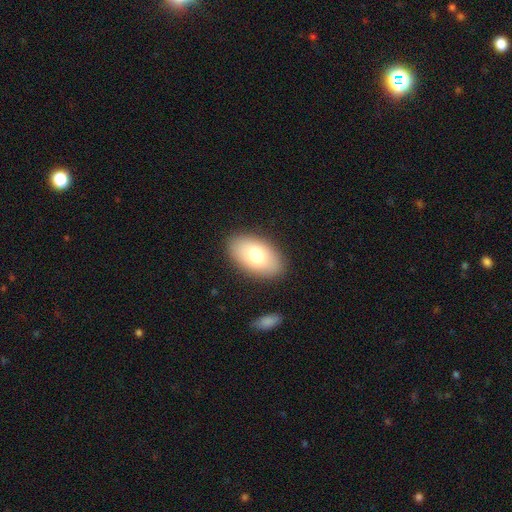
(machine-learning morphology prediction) smooth-or-featured: smooth: 76% | featured or disk: 17% | star or artifact: 7%
  how-rounded: in between: 93% | round: 5% | cigar-shaped: 2%
  merging: none: 87% | minor disturbance: 9% | major disturbance: 3% | merger: 1%